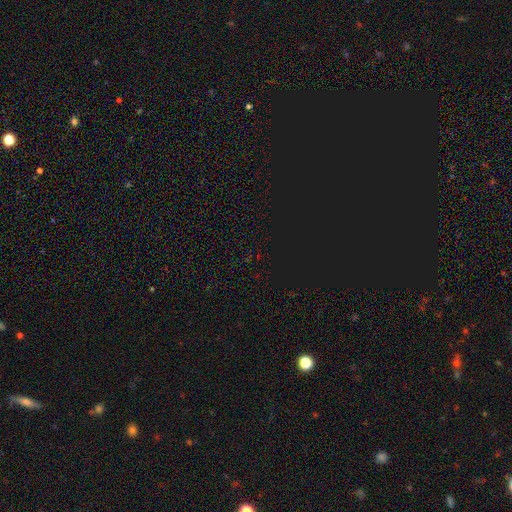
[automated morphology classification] The model was most divided on "smooth or featured": star or artifact: 78%, smooth: 15%, featured or disk: 7%.